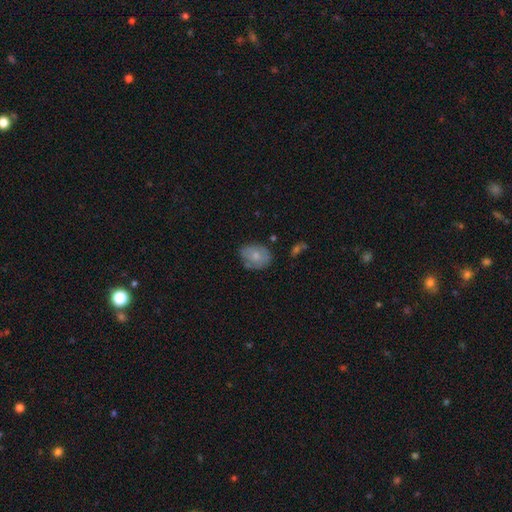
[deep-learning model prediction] This is likely a smooth galaxy (68%). How rounded: likely in between (66%). Merging: likely none (63%).